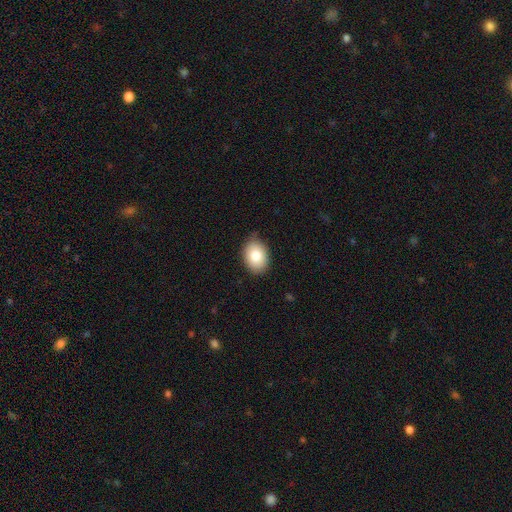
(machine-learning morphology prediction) Smooth or featured? smooth (84%)
How rounded? in between (77%)
Merging? none (79%)